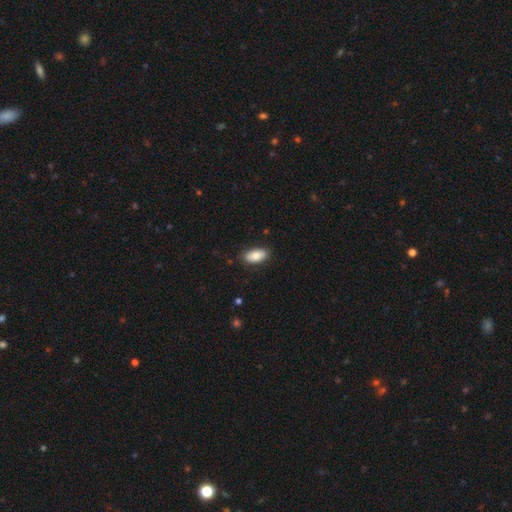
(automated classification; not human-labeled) Smooth or featured? Predicted: smooth (p=0.84). How rounded? Predicted: in between (p=0.91). Merging? Predicted: none (p=0.85).